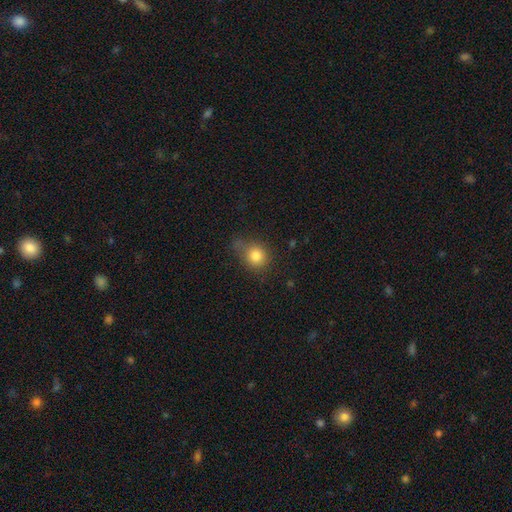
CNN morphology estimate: smooth 81%, star or artifact 11%, featured or disk 8%. Down the decision tree: how rounded — round (77%); merging — none (53%).